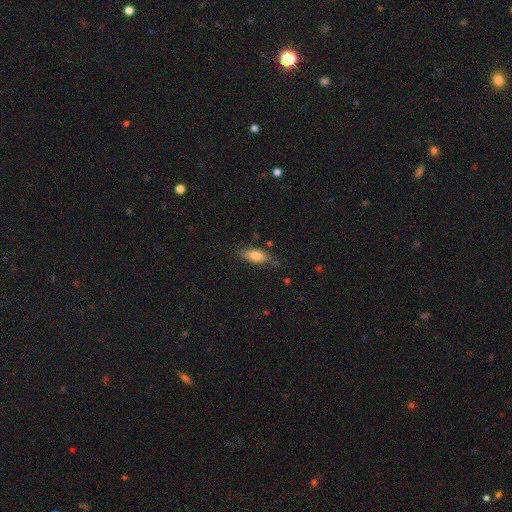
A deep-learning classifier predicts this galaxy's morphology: Smooth or featured: smooth — 76% (featured or disk — 17%)
How rounded: in between — 77% (cigar-shaped — 20%)
Merging: none — 75% (minor disturbance — 19%)